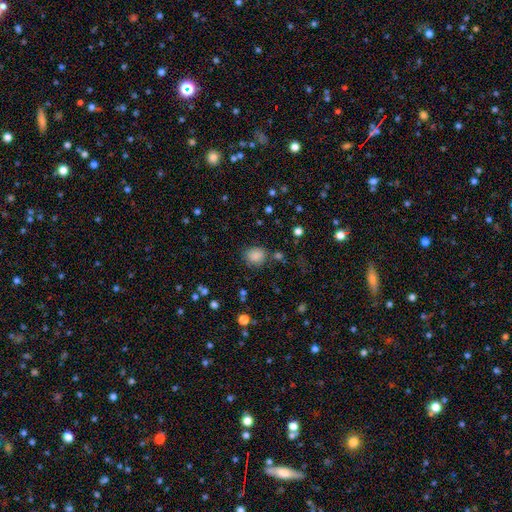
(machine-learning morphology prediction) This appears to be a smooth galaxy with no disk features (84%) that is round (67%). Merging: none (76%).